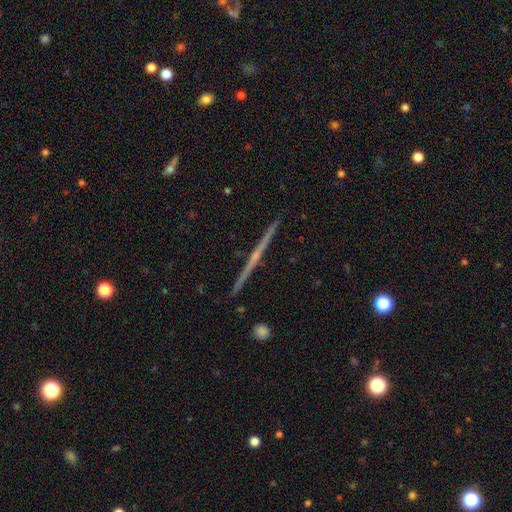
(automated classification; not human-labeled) Overall: featured or disk (80%). Edge-on disk: yes (99%). Edge-on bulge: rounded (50%; none 43%). Merging: none (93%).